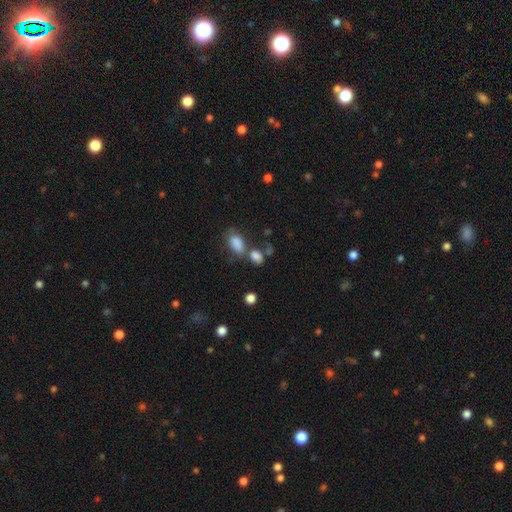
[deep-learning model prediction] A smooth galaxy with no disk features (81%) that is in between round and cigar-shaped (76%).

Vote fractions:
- Smooth or featured? smooth: 81% / star or artifact: 11% / featured or disk: 8%
- How rounded? in between: 76% / round: 22% / cigar-shaped: 3%
- Merging? none: 42% / merger: 36% / minor disturbance: 14% / major disturbance: 8%